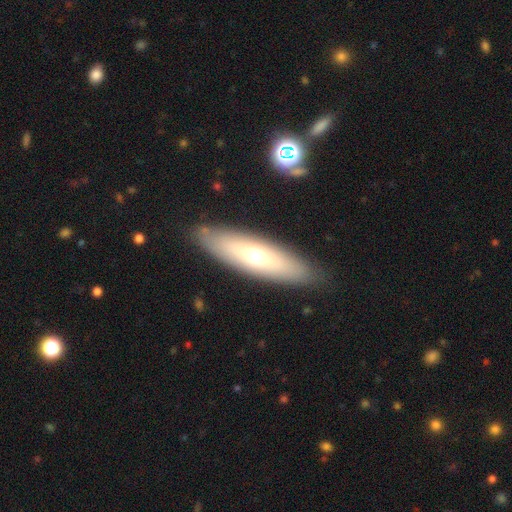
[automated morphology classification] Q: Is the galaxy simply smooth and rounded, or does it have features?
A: smooth — 56%.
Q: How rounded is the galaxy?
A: cigar-shaped — 55%.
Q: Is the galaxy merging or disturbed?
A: none — 87%.